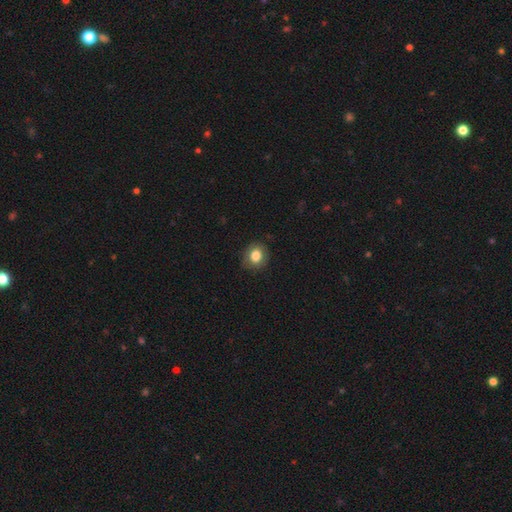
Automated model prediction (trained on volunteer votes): smooth_or_featured: smooth (p=0.81) [alt: featured or disk p=0.10]
how_rounded: round (p=0.68) [alt: in between p=0.31]
merging: none (p=0.82) [alt: minor disturbance p=0.13]